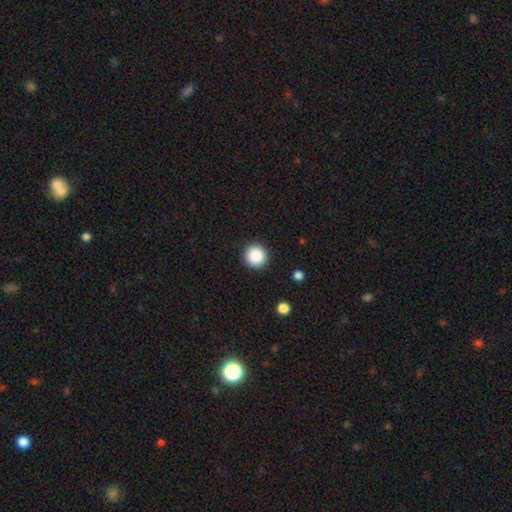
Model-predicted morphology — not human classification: Smooth or featured? smooth (88%)
How rounded? round (95%)
Merging? none (91%)